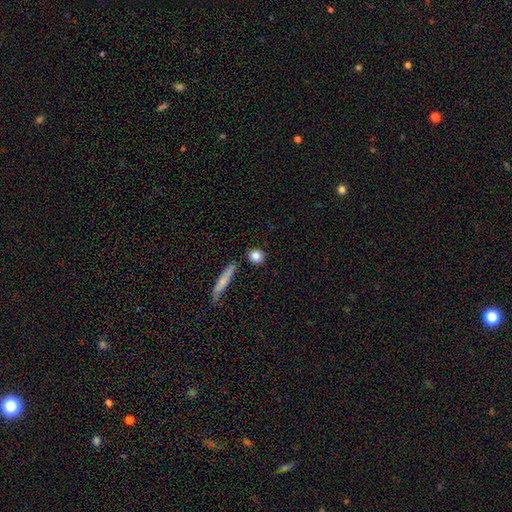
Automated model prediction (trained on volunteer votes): Smooth or featured? smooth (84%)
How rounded? round (82%)
Merging? none (83%)